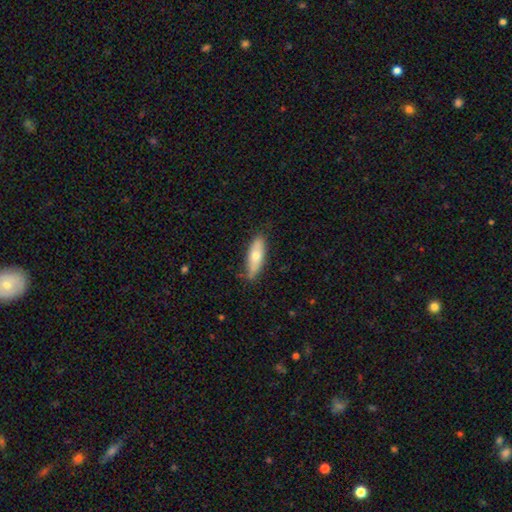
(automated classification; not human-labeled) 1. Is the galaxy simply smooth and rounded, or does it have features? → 66% smooth, 28% featured or disk, 6% star or artifact.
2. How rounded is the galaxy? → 56% in between, 41% cigar-shaped, 2% round.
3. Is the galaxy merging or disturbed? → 77% none, 19% minor disturbance, 3% major disturbance, 2% merger.